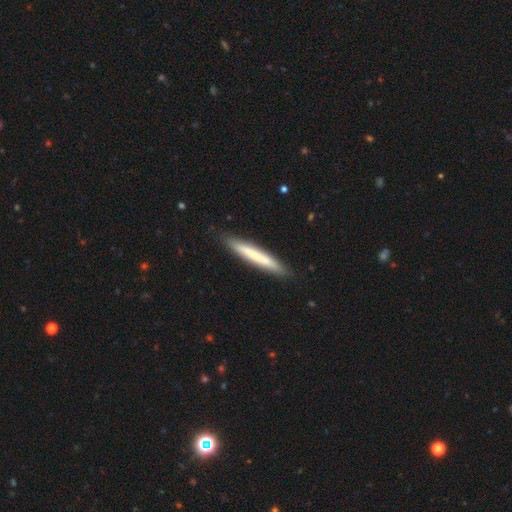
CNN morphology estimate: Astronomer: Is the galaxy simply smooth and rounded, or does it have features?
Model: smooth — 61%.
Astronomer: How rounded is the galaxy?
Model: cigar-shaped — 95%.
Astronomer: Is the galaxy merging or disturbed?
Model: none — 87%.